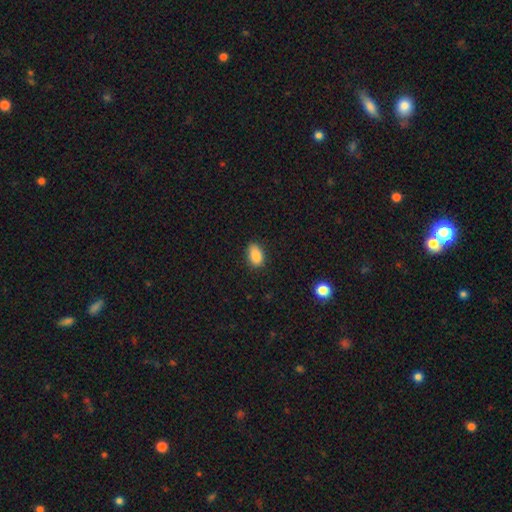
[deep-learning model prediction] Smooth or featured: smooth — 88% (star or artifact — 8%)
How rounded: in between — 89% (round — 9%)
Merging: none — 79% (minor disturbance — 17%)